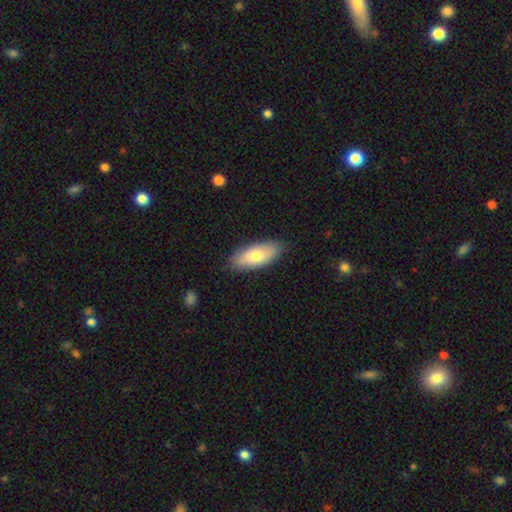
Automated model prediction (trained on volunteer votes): A smooth galaxy with no disk features (73%) that is in between round and cigar-shaped (83%). Merging: none (85%).